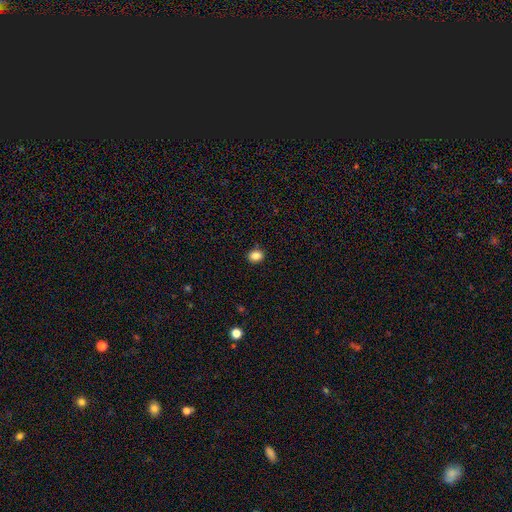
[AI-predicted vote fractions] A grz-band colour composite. It shows a smooth galaxy with no disk features (85%) that is round (57%). Merging: none (87%).